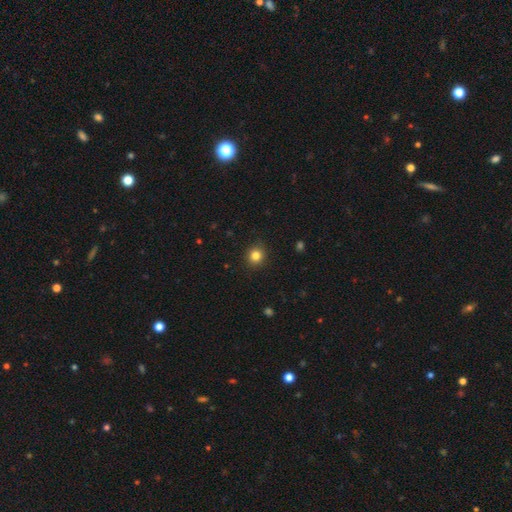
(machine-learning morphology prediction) Smooth or featured? smooth (83%)
How rounded? round (87%)
Merging? none (91%)